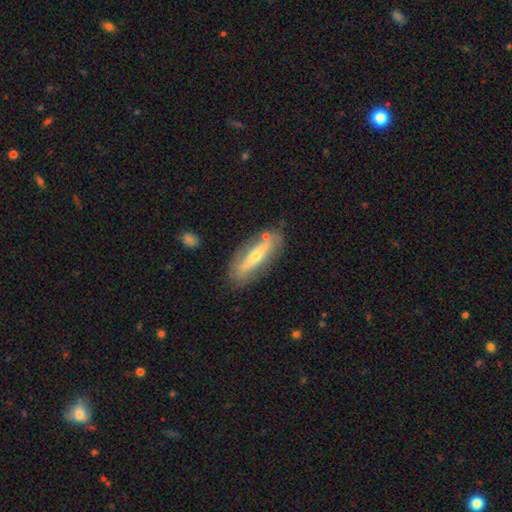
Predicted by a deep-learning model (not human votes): Smooth or featured? Predicted: featured or disk (p=0.58). Edge-on disk? Predicted: yes (p=0.60). Merging? Predicted: none (p=0.78).